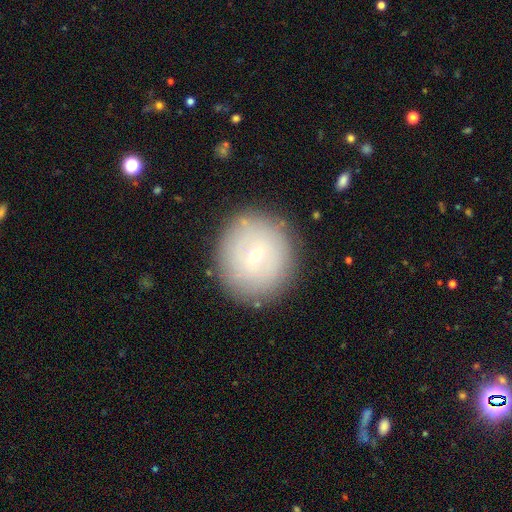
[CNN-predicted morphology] Smooth or featured? smooth (46%)
Merging? none (86%)